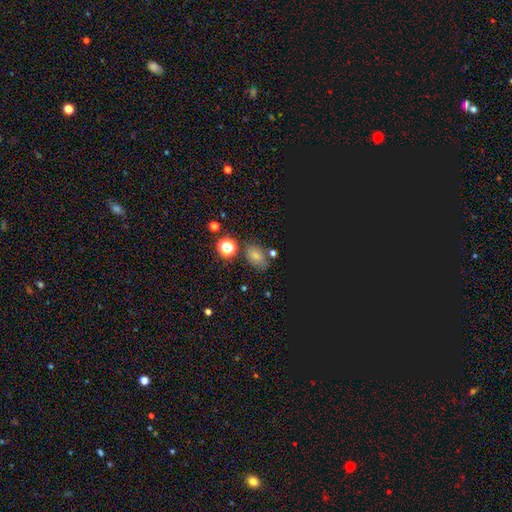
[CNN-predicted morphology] Smooth or featured? smooth (59%)
How rounded? in between (76%)
Merging? none (75%)